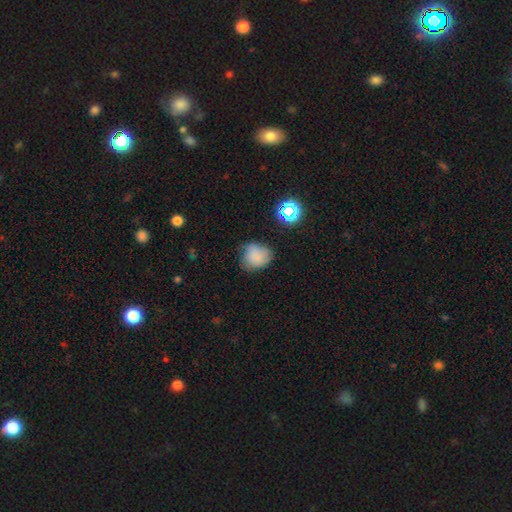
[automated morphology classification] smooth_or_featured: smooth (p=0.73) [alt: star or artifact p=0.14]
how_rounded: round (p=0.75) [alt: in between p=0.24]
merging: none (p=0.59) [alt: minor disturbance p=0.29]